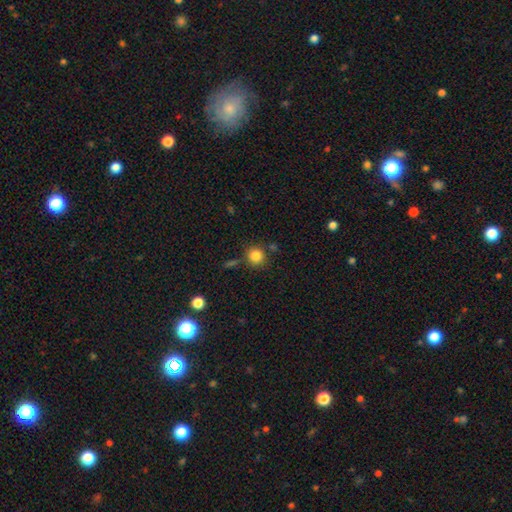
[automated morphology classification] This appears to be a smooth galaxy with no disk features (84%) that is round (91%). Merging: none (79%).